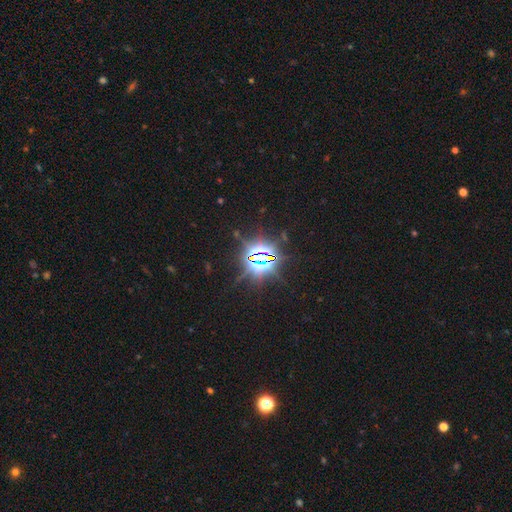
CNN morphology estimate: Smooth or featured?
  - star or artifact: 85% *
  - featured or disk: 8%
  - smooth: 7%